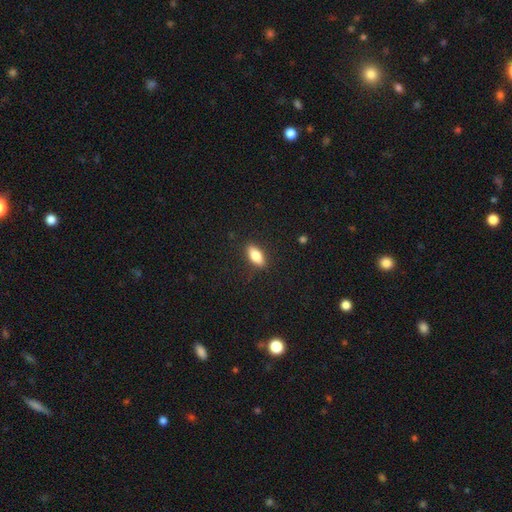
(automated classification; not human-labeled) This is clearly a smooth galaxy (82%). How rounded: clearly in between (83%). Merging: clearly none (86%).